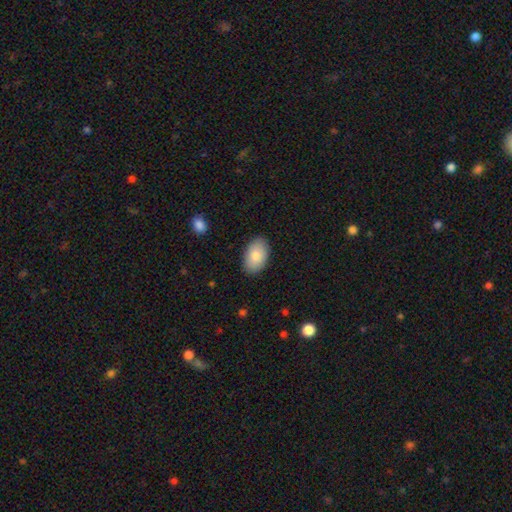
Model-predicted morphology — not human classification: Q: Smooth or featured?
A: smooth (82%); runner-up: featured or disk (11%)
Q: How rounded?
A: in between (93%); runner-up: round (6%)
Q: Merging?
A: none (86%); runner-up: minor disturbance (11%)